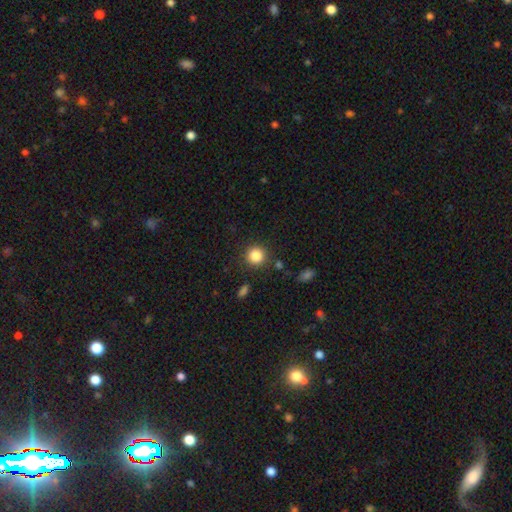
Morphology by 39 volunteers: This is clearly a smooth galaxy (87%). How rounded: clearly round (88%). Merging: clearly none (100%).